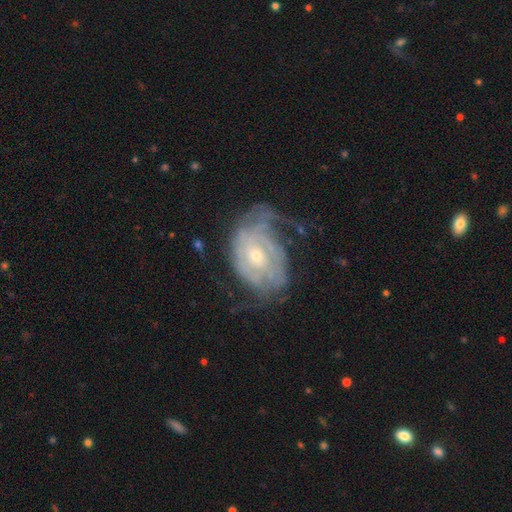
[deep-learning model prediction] smooth-or-featured: featured or disk: 83% | smooth: 11% | star or artifact: 6%
  disk-edge-on: no: 96% | yes: 4%
    bar: no: 68% | weak: 26% | strong: 6%
    has-spiral-arms: yes: 90% | no: 10%
      spiral-winding: tight: 59% | medium: 29% | loose: 13%
      spiral-arm-count: can't tell: 42% | 2: 25% | 3: 13% | 4: 8% | 1: 7% | more than 4: 5%
    bulge-size: small: 60% | moderate: 36% | large: 2% | none: 1% | dominant: 1%
  merging: none: 45% | major disturbance: 28% | minor disturbance: 24% | merger: 2%